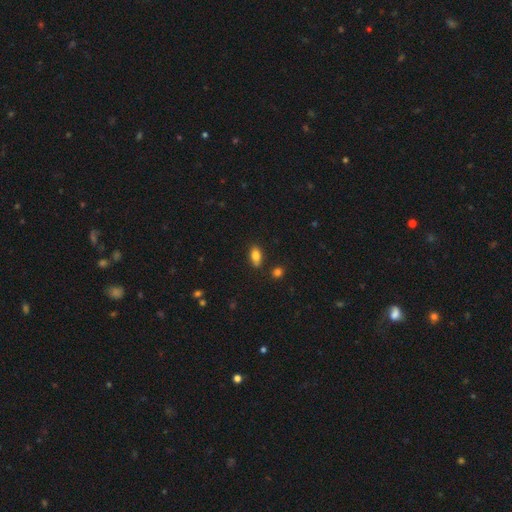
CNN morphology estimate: This is clearly a smooth galaxy (83%). How rounded: clearly in between (89%). Merging: likely none (80%).